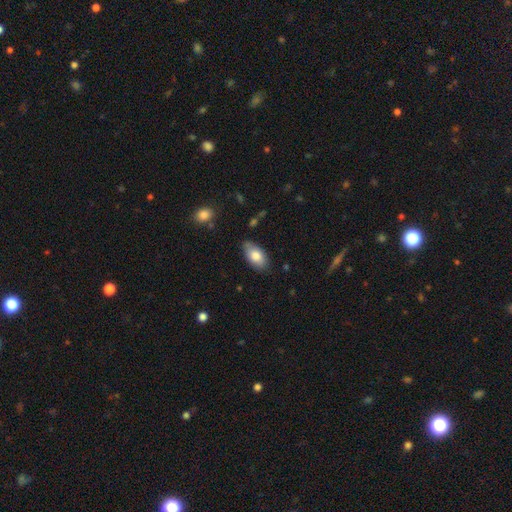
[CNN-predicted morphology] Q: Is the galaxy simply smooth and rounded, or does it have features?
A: smooth — 80%.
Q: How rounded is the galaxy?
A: in between — 93%.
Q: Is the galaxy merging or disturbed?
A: none — 78%.